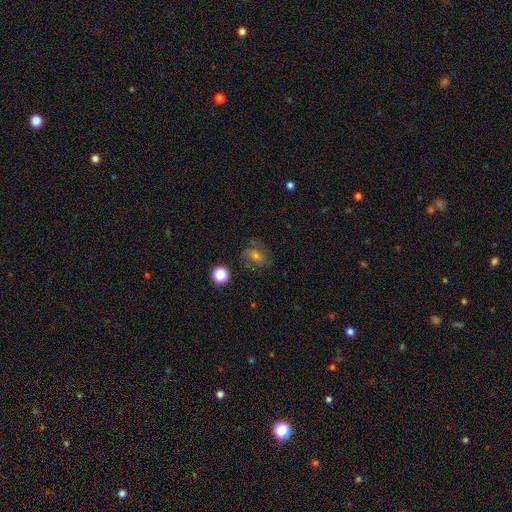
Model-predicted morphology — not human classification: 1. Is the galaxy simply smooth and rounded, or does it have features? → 51% smooth, 29% featured or disk, 20% star or artifact.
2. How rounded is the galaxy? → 52% in between, 46% round, 2% cigar-shaped.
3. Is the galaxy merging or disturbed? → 73% none, 17% minor disturbance, 8% major disturbance, 2% merger.